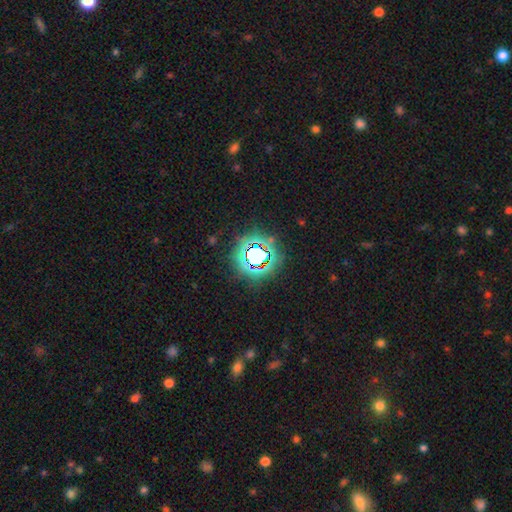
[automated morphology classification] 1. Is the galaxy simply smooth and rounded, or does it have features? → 68% star or artifact, 21% smooth, 11% featured or disk.